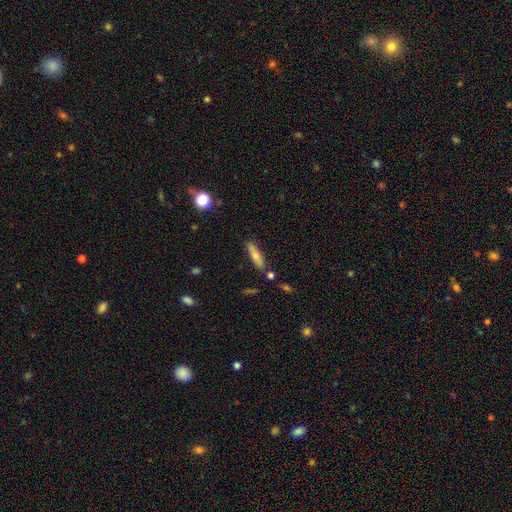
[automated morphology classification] smooth_or_featured: smooth (p=0.73) [alt: featured or disk p=0.20]
how_rounded: cigar-shaped (p=0.71) [alt: in between p=0.27]
merging: none (p=0.79) [alt: minor disturbance p=0.13]